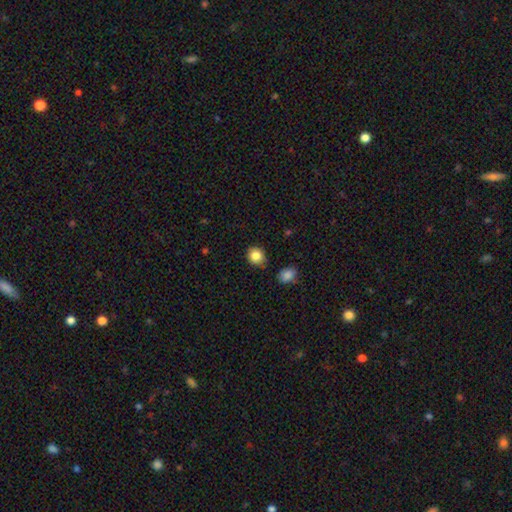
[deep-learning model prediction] smooth 84%, star or artifact 10%, featured or disk 7%. Down the decision tree: how rounded — round (74%); merging — none (83%).